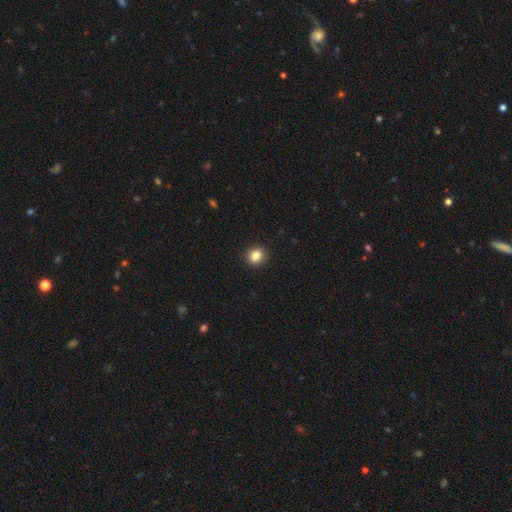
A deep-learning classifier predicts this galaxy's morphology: Overall: smooth (85%). How rounded: round (75%). Merging: none (92%).